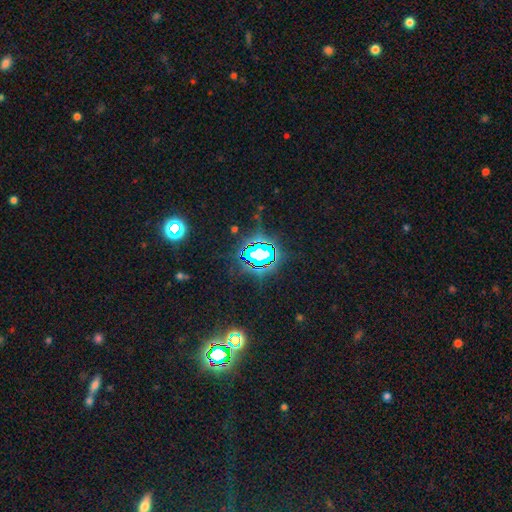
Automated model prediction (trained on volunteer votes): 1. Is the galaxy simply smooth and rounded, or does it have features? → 81% star or artifact, 11% smooth, 7% featured or disk.